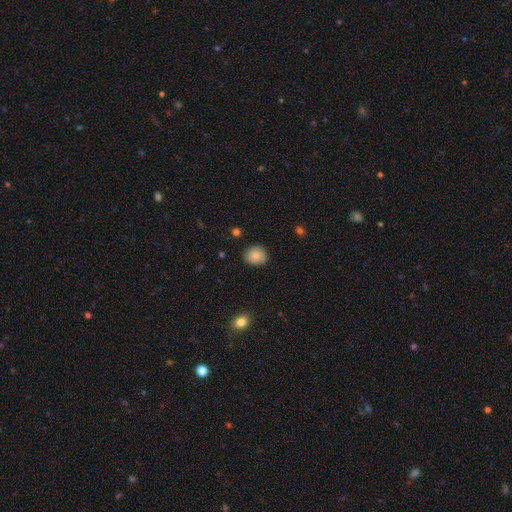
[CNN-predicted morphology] Smooth or featured: smooth — 85% (star or artifact — 8%)
How rounded: round — 80% (in between — 19%)
Merging: none — 87% (minor disturbance — 10%)